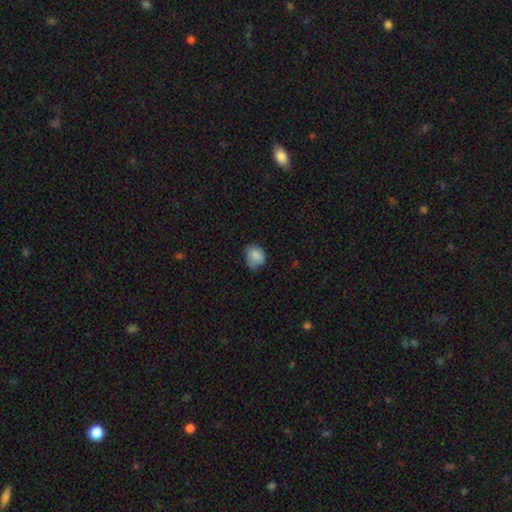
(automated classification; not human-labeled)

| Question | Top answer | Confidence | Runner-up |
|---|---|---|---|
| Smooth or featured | smooth | 85% | star or artifact (8%) |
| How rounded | round | 53% | in between (46%) |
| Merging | none | 53% | minor disturbance (36%) |